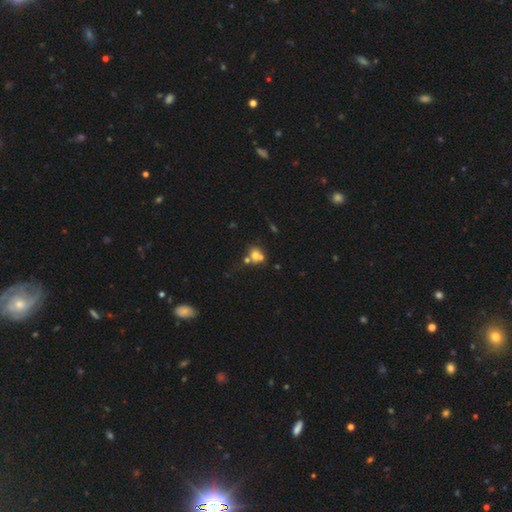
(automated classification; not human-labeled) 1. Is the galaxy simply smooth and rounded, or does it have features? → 62% smooth, 21% featured or disk, 17% star or artifact.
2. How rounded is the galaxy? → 68% round, 31% in between, 1% cigar-shaped.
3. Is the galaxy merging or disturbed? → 51% merger, 34% none, 9% minor disturbance, 6% major disturbance.